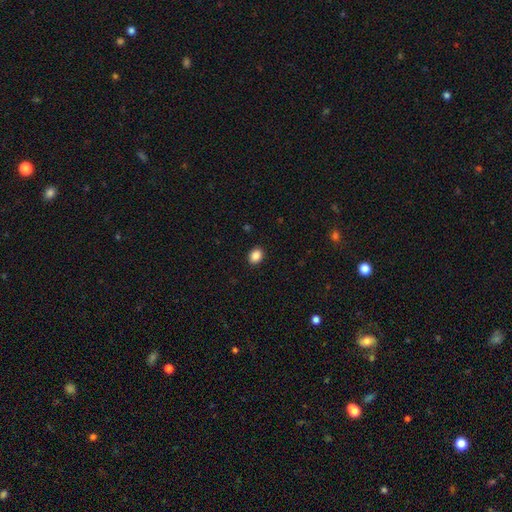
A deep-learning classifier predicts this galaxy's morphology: smooth-or-featured: smooth: 88% | star or artifact: 9% | featured or disk: 3%
  how-rounded: in between: 58% | round: 41% | cigar-shaped: 1%
  merging: none: 91% | minor disturbance: 6% | major disturbance: 2% | merger: 1%